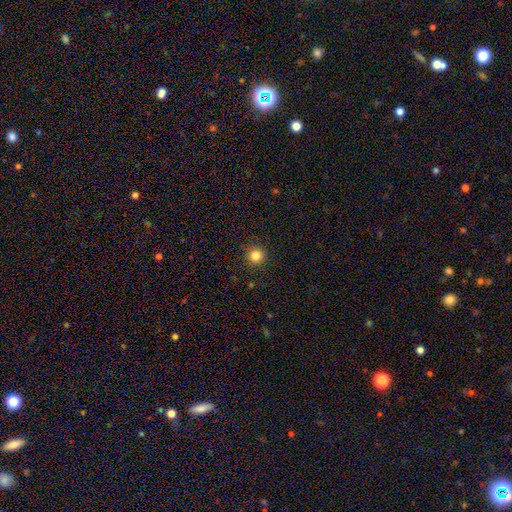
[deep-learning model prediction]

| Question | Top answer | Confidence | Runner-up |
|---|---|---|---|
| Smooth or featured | smooth | 83% | star or artifact (12%) |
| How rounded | round | 94% | in between (5%) |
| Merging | none | 92% | minor disturbance (5%) |